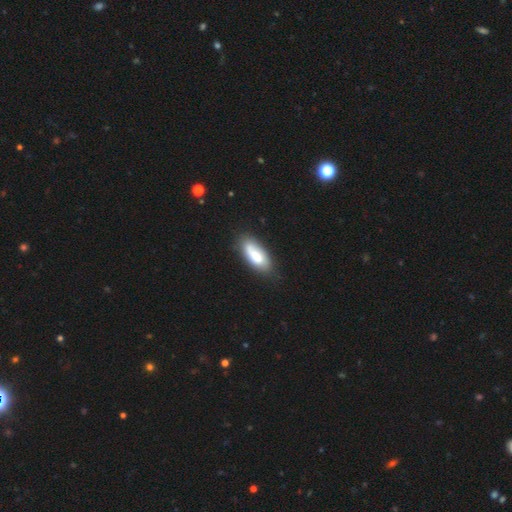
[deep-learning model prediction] This is likely a smooth galaxy (66%). How rounded: clearly in between (82%). Merging: likely none (72%).